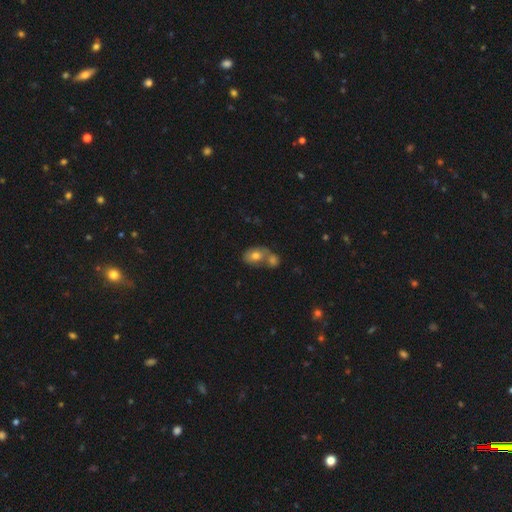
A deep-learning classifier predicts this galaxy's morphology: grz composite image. It shows a smooth galaxy with no disk features (74%) that is in between round and cigar-shaped (71%). Merging: merger (58%).